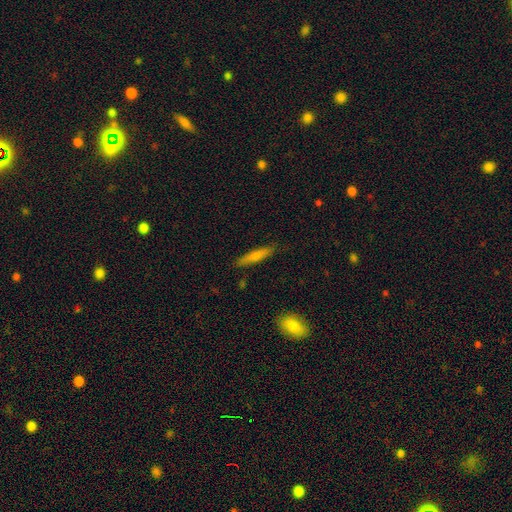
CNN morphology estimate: This appears to be a smooth galaxy with no disk features (71%) that is cigar-shaped (88%). Merging: none (86%).